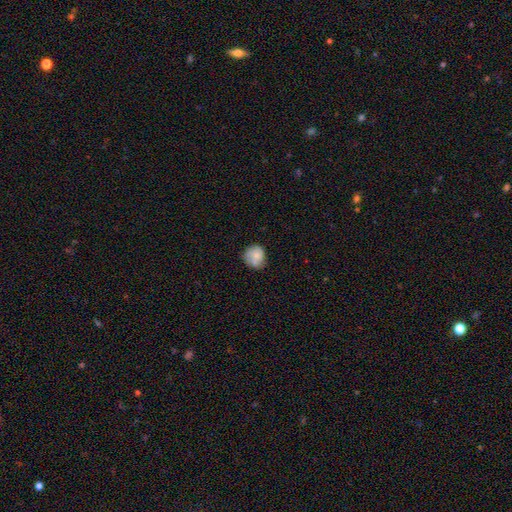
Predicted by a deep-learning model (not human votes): Q: Smooth or featured?
A: smooth (73%); runner-up: featured or disk (19%)
Q: How rounded?
A: round (80%); runner-up: in between (19%)
Q: Merging?
A: none (63%); runner-up: minor disturbance (26%)